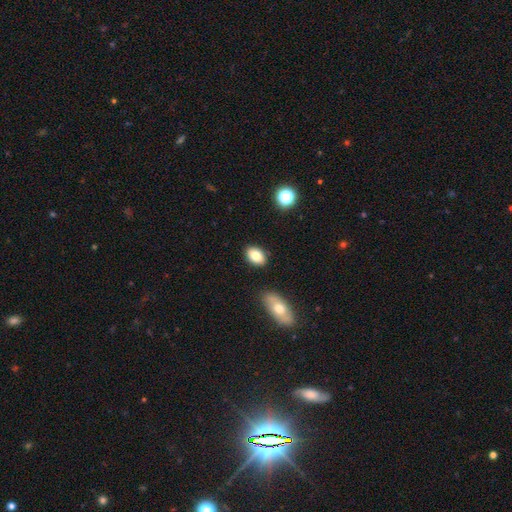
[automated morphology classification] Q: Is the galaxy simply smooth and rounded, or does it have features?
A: smooth — 81%.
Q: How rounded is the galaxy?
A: in between — 85%.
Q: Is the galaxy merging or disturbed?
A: none — 85%.